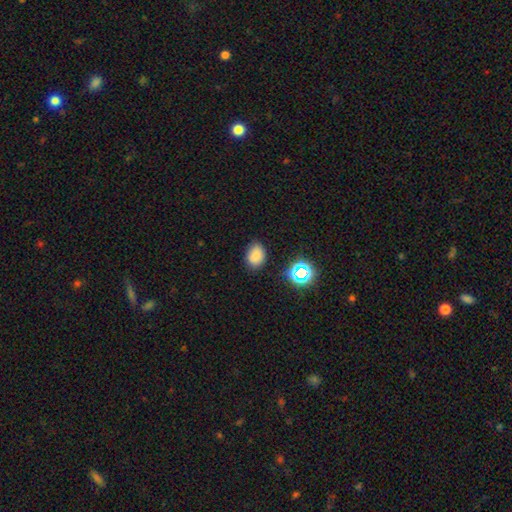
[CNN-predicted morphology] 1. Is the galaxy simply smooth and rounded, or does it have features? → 78% smooth, 16% star or artifact, 6% featured or disk.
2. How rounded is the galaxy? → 74% in between, 25% round, 1% cigar-shaped.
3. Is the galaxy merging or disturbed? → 79% none, 16% minor disturbance, 4% major disturbance, 2% merger.